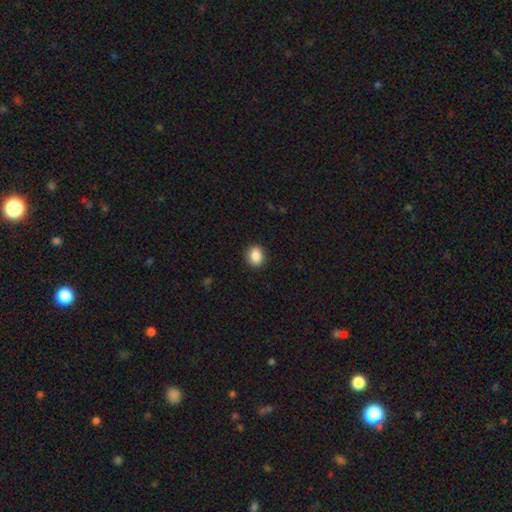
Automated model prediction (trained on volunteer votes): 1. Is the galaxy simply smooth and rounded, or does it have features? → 88% smooth, 8% star or artifact, 3% featured or disk.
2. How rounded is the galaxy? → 54% round, 45% in between, 1% cigar-shaped.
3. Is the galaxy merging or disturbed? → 90% none, 7% minor disturbance, 2% major disturbance, 1% merger.